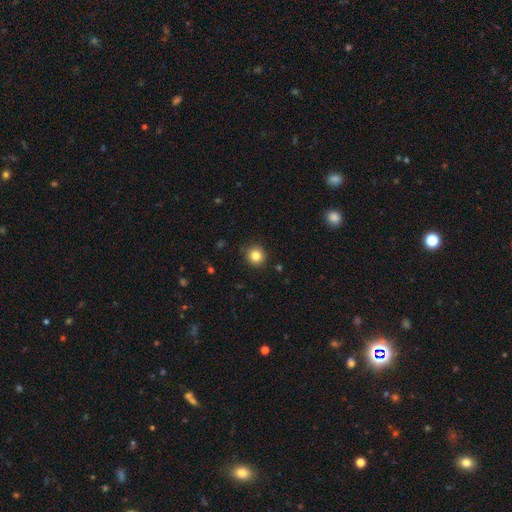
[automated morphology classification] A smooth galaxy with no disk features (83%) that is round (94%).

Vote fractions:
- Smooth or featured? smooth: 83% / star or artifact: 11% / featured or disk: 5%
- How rounded? round: 94% / in between: 5% / cigar-shaped: 1%
- Merging? none: 91% / minor disturbance: 6% / major disturbance: 2% / merger: 1%